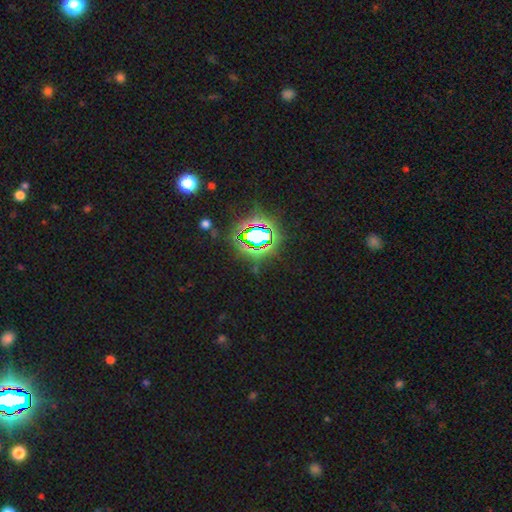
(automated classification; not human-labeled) Overall: star or artifact (79%).